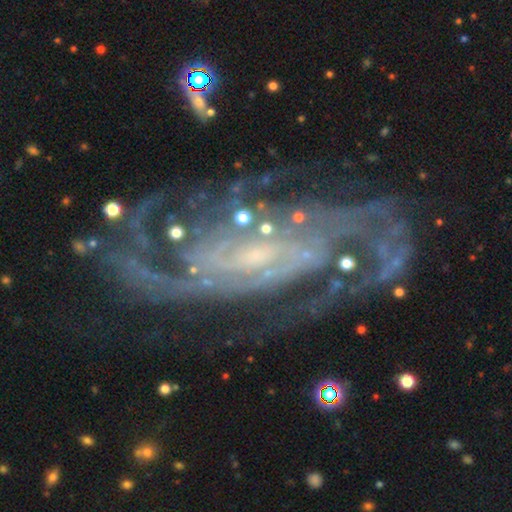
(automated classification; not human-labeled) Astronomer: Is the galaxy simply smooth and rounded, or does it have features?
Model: featured or disk — 92%.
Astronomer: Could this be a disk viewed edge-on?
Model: no — 97%.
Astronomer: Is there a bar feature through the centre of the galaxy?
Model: weak — 41% (runner-up: no, 37%).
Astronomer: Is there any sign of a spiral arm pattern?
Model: yes — 98%.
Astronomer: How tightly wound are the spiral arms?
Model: medium — 48% (runner-up: tight, 35%).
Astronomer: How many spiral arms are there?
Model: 2 — 59%.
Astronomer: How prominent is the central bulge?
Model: small — 62%.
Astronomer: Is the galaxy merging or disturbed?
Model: none — 63%.